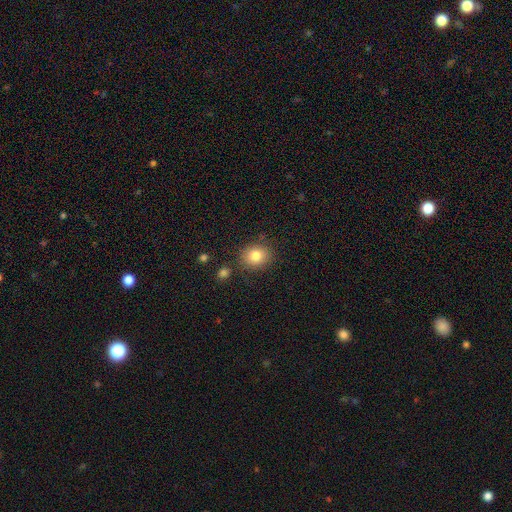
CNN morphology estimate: Overall: smooth (82%). How rounded: round (70%). Merging: none (83%).